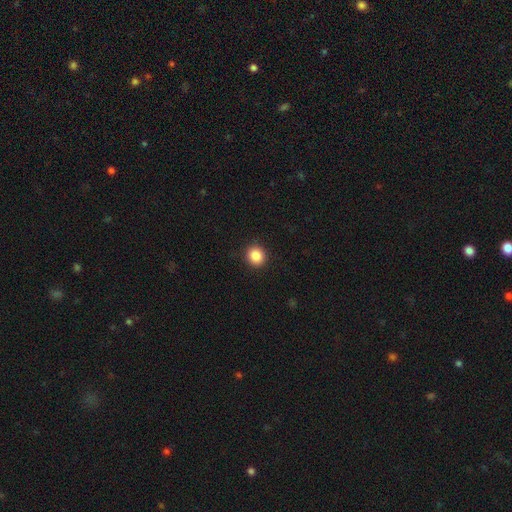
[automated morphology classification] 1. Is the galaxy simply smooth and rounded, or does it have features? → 87% smooth, 9% star or artifact, 3% featured or disk.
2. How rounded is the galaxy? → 86% round, 13% in between, 1% cigar-shaped.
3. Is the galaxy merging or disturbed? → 91% none, 6% minor disturbance, 2% major disturbance, 1% merger.